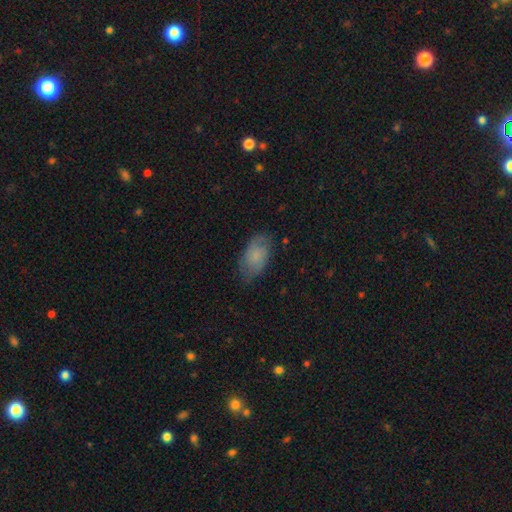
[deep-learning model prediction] smooth_or_featured: smooth (p=0.71) [alt: featured or disk p=0.21]
how_rounded: in between (p=0.93) [alt: round p=0.05]
merging: none (p=0.70) [alt: minor disturbance p=0.22]